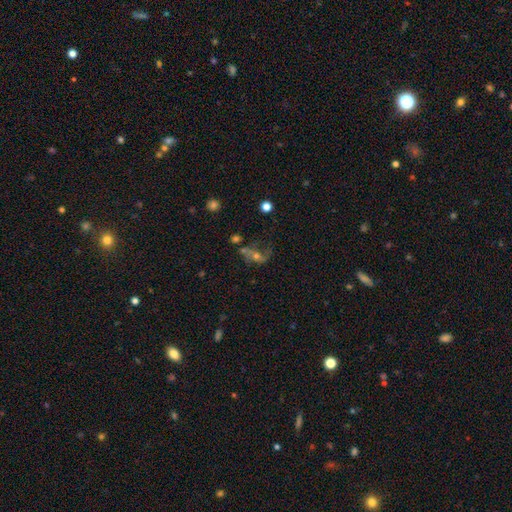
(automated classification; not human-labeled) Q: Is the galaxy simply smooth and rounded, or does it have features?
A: featured or disk — 51%.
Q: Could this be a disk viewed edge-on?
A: no — 92%.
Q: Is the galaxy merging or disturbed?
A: none — 36%.